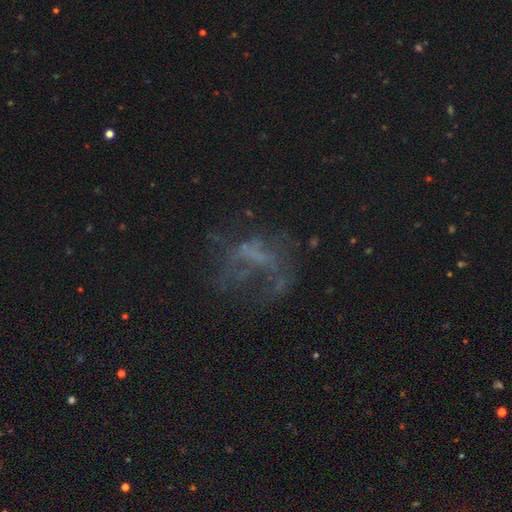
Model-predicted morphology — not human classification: smooth-or-featured: featured or disk: 49% | star or artifact: 31% | smooth: 20%
  merging: none: 41% | major disturbance: 40% | minor disturbance: 14% | merger: 6%